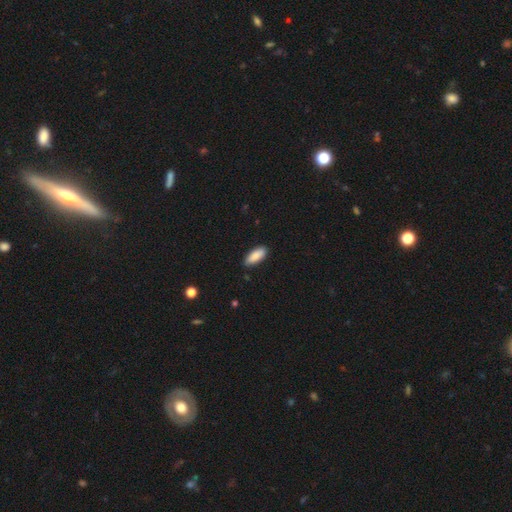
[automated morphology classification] Q: Smooth or featured?
A: smooth (88%); runner-up: featured or disk (7%)
Q: How rounded?
A: in between (74%); runner-up: cigar-shaped (24%)
Q: Merging?
A: none (86%); runner-up: minor disturbance (11%)